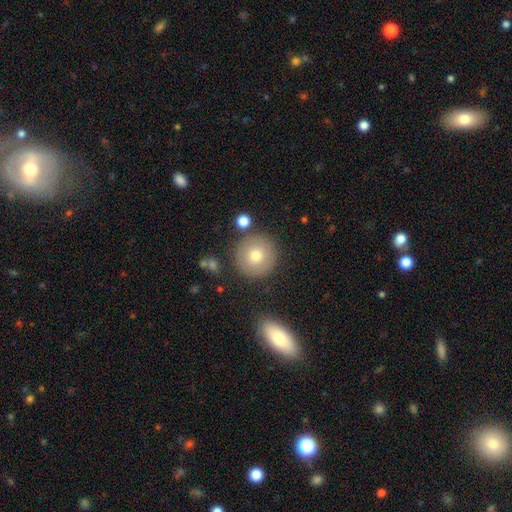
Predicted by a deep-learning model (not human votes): A smooth galaxy with no disk features (74%) that is round (95%).

Vote fractions:
- Smooth or featured? smooth: 74% / featured or disk: 18% / star or artifact: 9%
- How rounded? round: 95% / in between: 4% / cigar-shaped: 1%
- Merging? none: 85% / minor disturbance: 8% / merger: 4% / major disturbance: 3%